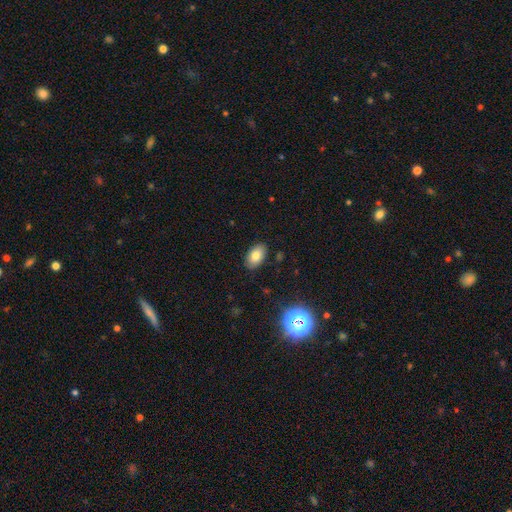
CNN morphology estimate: This is likely a smooth galaxy (78%). How rounded: clearly in between (92%). Merging: clearly none (87%).